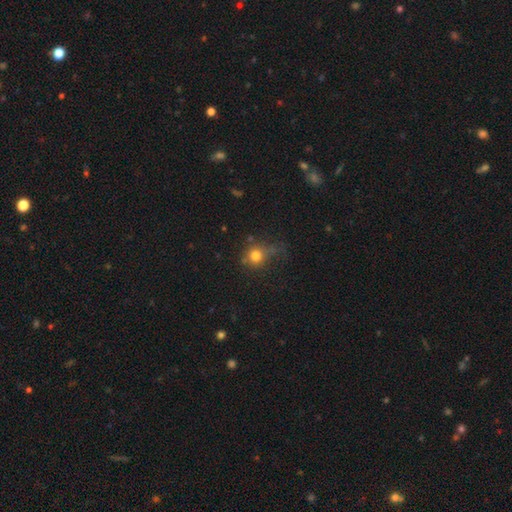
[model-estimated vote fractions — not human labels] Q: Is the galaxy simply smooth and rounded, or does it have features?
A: smooth — 76%.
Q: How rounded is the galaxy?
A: round — 83%.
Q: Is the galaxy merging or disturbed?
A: none — 49%.